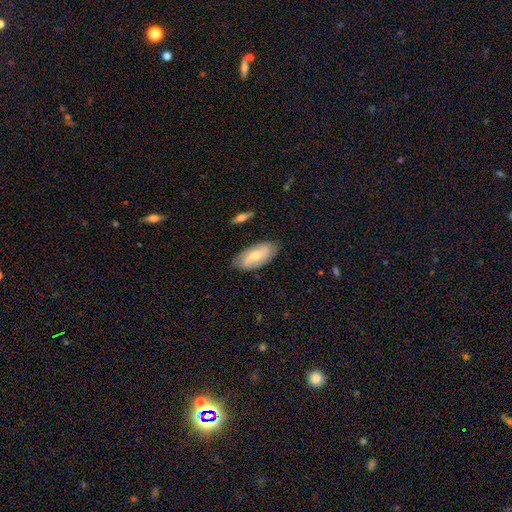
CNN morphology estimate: A smooth galaxy with no disk features (48%).

Vote fractions:
- Smooth or featured? smooth: 48% / featured or disk: 46% / star or artifact: 6%
- Merging? none: 80% / minor disturbance: 15% / major disturbance: 3% / merger: 2%